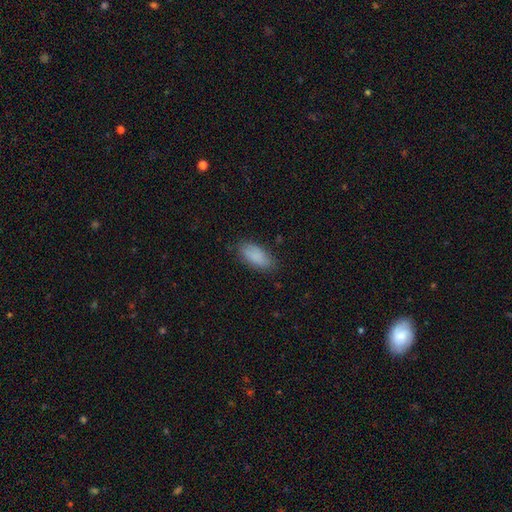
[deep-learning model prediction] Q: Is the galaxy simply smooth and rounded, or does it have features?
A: smooth — 87%.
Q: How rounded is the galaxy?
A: in between — 87%.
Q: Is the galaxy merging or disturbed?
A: none — 79%.